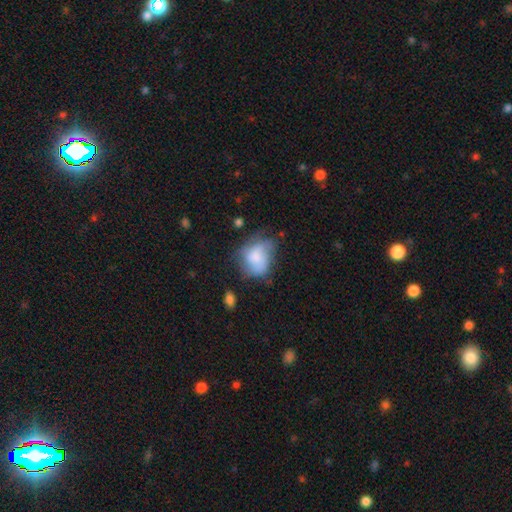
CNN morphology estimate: A smooth galaxy with no disk features (54%) that is in between round and cigar-shaped (52%). Merging: none (45%).